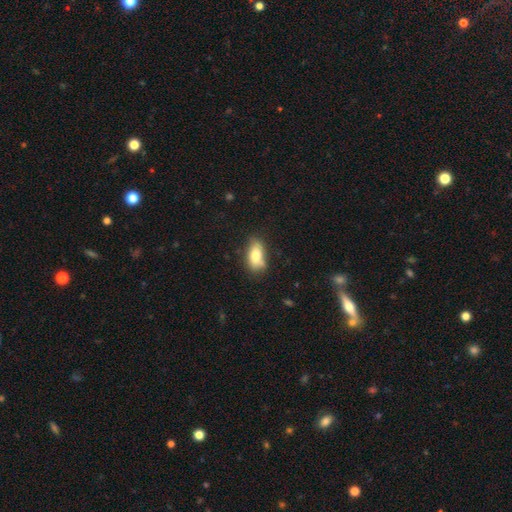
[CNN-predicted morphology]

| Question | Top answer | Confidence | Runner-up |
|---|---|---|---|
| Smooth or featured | smooth | 79% | featured or disk (13%) |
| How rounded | in between | 86% | cigar-shaped (10%) |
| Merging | none | 65% | minor disturbance (24%) |